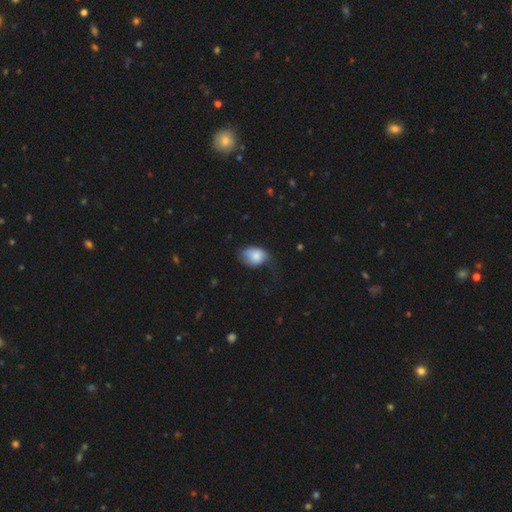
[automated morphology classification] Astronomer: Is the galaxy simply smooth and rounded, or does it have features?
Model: smooth — 77%.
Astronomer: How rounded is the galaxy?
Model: in between — 74%.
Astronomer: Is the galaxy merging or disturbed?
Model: minor disturbance — 40% (runner-up: none, 32%).